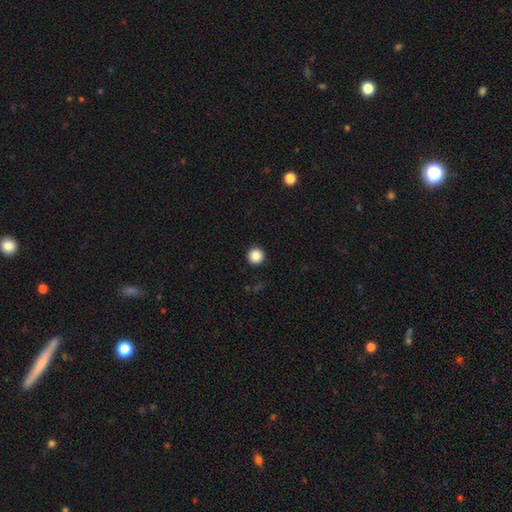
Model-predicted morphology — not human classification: Overall: smooth (87%). How rounded: round (97%). Merging: none (94%).